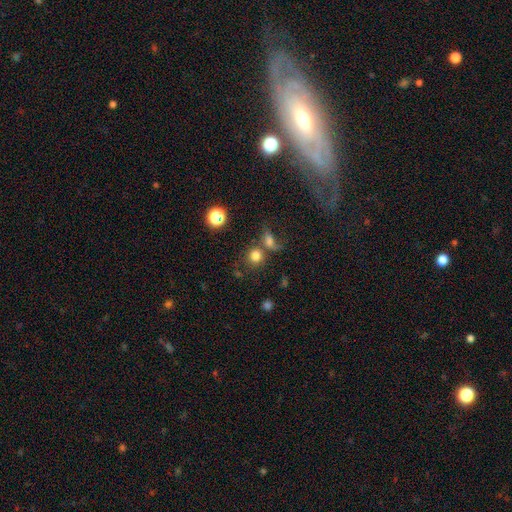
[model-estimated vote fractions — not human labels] A smooth galaxy with no disk features (76%) that is round (85%). Merging: none (51%).